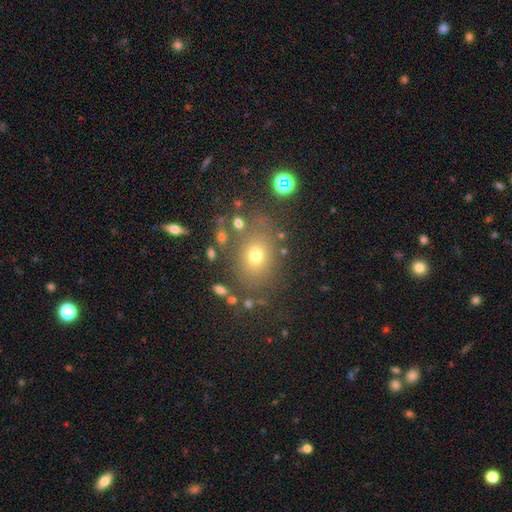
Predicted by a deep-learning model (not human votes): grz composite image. It shows a smooth galaxy with no disk features (67%) that is in between round and cigar-shaped (57%). Merging: none (75%).